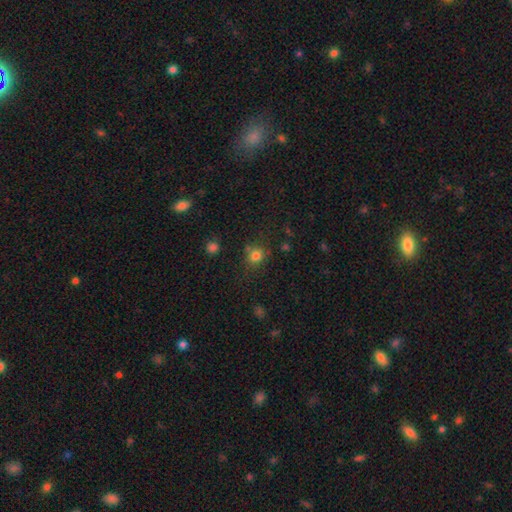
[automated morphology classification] The model was most divided on "merging": none: 73%, minor disturbance: 14%, merger: 7%, major disturbance: 5%. More confident: how rounded — round (80%); smooth or featured — smooth (79%).